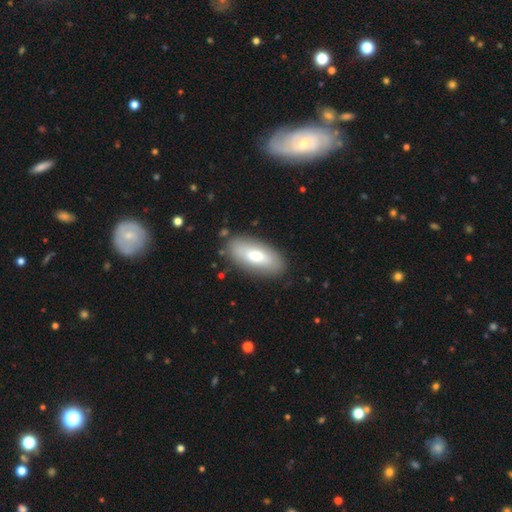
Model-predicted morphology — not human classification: The model was most divided on "smooth or featured": smooth: 68%, featured or disk: 26%, star or artifact: 6%. More confident: how rounded — in between (86%); merging — none (85%).